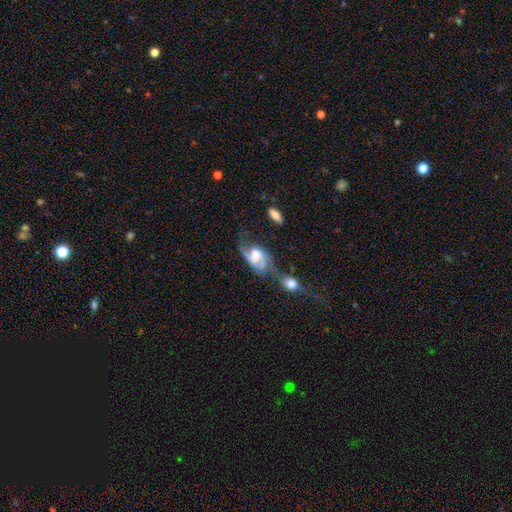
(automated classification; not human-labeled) smooth-or-featured: featured or disk: 65% | smooth: 27% | star or artifact: 8%
  disk-edge-on: no: 95% | yes: 5%
    bar: no: 57% | weak: 35% | strong: 8%
    has-spiral-arms: yes: 85% | no: 15%
      spiral-winding: loose: 49% | medium: 37% | tight: 14%
      spiral-arm-count: 2: 78% | 1: 10% | can't tell: 8% | 3: 1% | 4: 1% | more than 4: 1%
    bulge-size: moderate: 49% | large: 31% | small: 13% | none: 4% | dominant: 3%
  merging: merger: 35% | none: 25% | major disturbance: 22% | minor disturbance: 18%